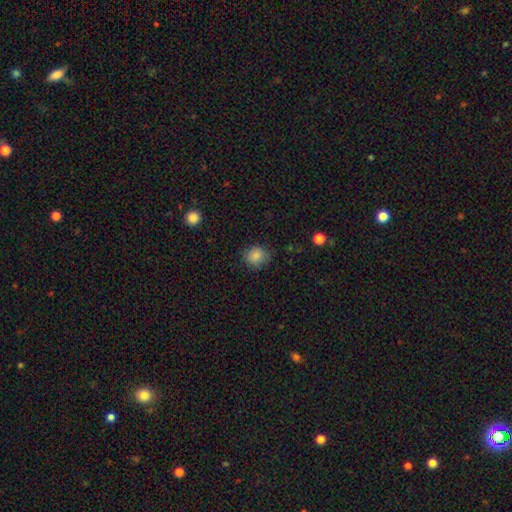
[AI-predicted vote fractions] This is clearly a smooth galaxy (85%). How rounded: likely round (72%). Merging: clearly none (81%).